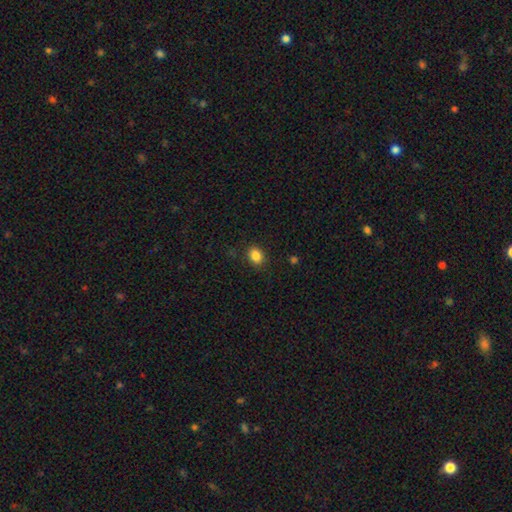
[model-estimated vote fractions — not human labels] The model was most divided on "how rounded": in between: 61%, round: 38%, cigar-shaped: 1%. More confident: merging — none (86%); smooth or featured — smooth (86%).